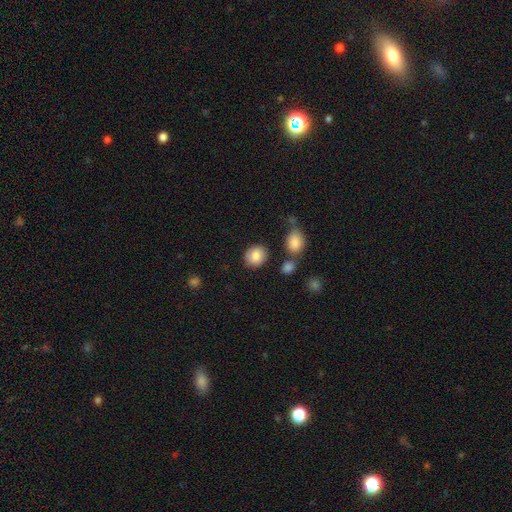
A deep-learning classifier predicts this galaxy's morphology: Smooth or featured? Predicted: smooth (p=0.84). How rounded? Predicted: round (p=0.72). Merging? Predicted: none (p=0.81).